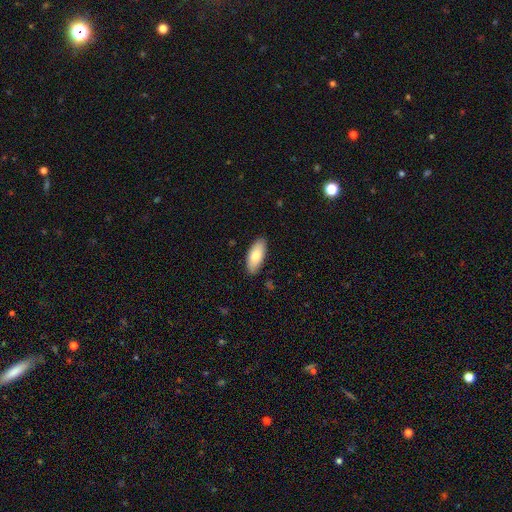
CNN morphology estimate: This is likely a smooth galaxy (78%). How rounded: clearly in between (86%). Merging: clearly none (88%).